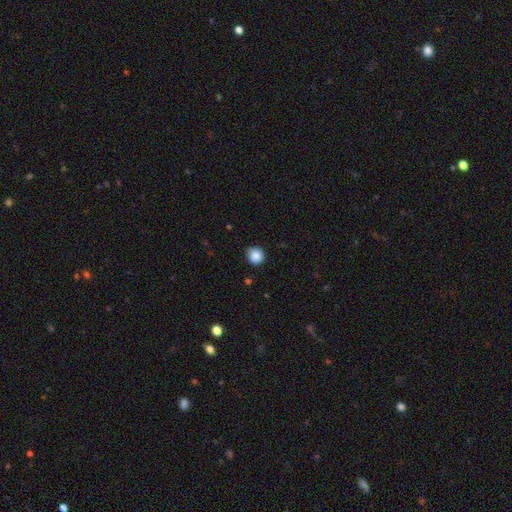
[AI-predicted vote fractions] Morphology: type=smooth (87%); roundness=round (93%); merging=none (86%).